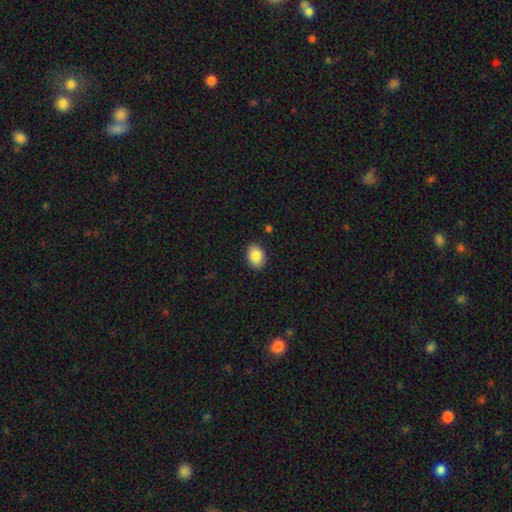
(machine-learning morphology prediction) Smooth or featured? smooth (87%)
How rounded? in between (72%)
Merging? none (89%)